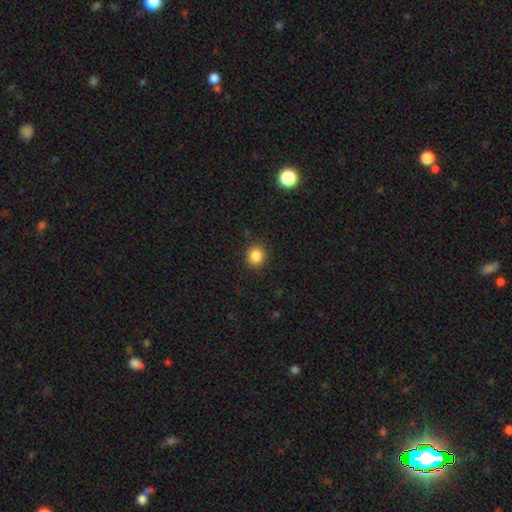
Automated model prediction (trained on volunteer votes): smooth_or_featured: smooth (p=0.85) [alt: star or artifact p=0.11]
how_rounded: round (p=0.87) [alt: in between p=0.12]
merging: none (p=0.90) [alt: minor disturbance p=0.07]